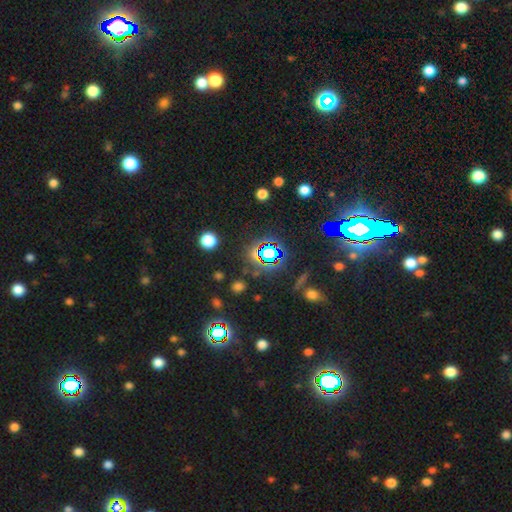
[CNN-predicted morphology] Smooth or featured? star or artifact (70%)